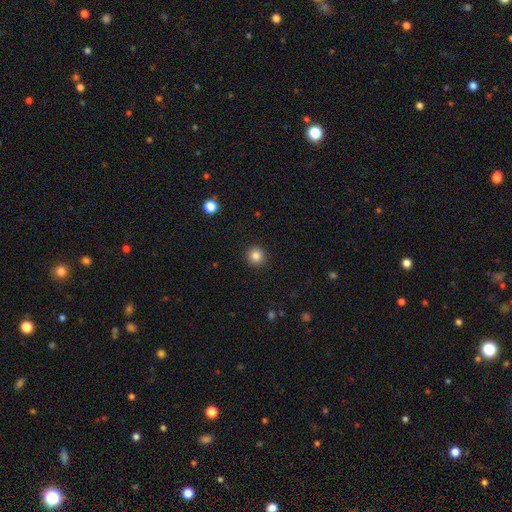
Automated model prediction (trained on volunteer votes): Smooth or featured? smooth (85%)
How rounded? round (94%)
Merging? none (92%)